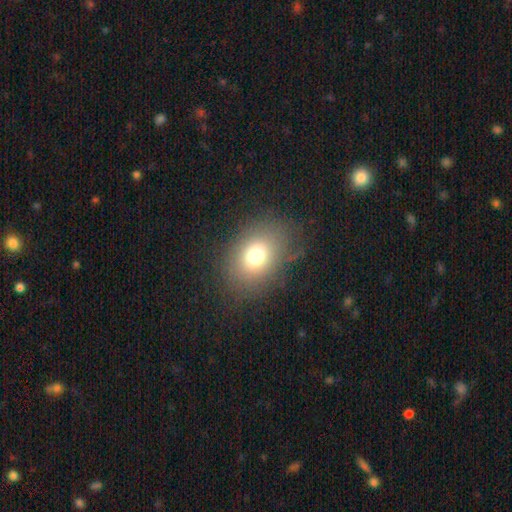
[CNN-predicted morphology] smooth 72%, star or artifact 15%, featured or disk 14%. Down the decision tree: how rounded — in between (62%); merging — none (76%).